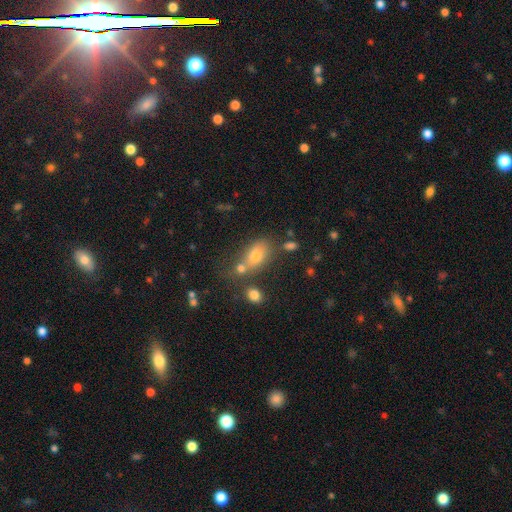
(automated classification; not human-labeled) Morphology: type=smooth (71%); roundness=in between (79%); merging=none (54%).